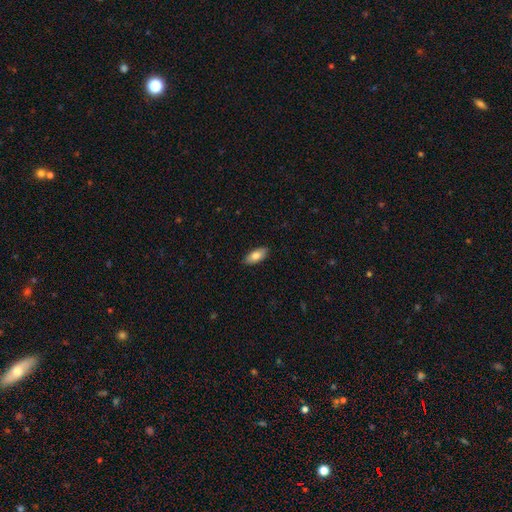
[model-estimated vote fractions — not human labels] Smooth or featured? Predicted: smooth (p=0.81). How rounded? Predicted: in between (p=0.88). Merging? Predicted: none (p=0.89).